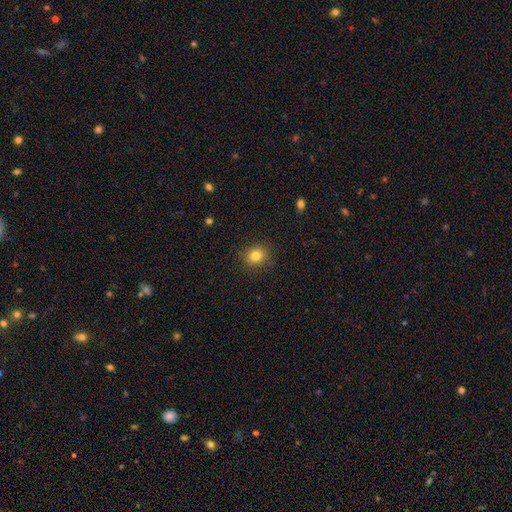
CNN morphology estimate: The model was most divided on "how rounded": round: 78%, in between: 21%, cigar-shaped: 1%. More confident: merging — none (87%); smooth or featured — smooth (81%).